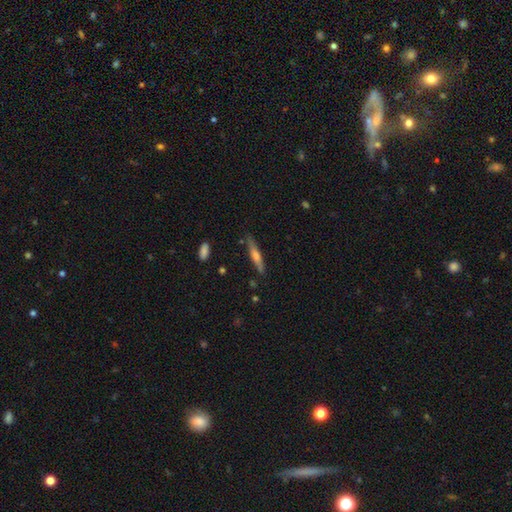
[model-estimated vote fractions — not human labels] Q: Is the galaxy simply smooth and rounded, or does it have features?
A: smooth — 47%, tied with featured or disk.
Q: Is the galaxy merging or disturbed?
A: none — 84%.